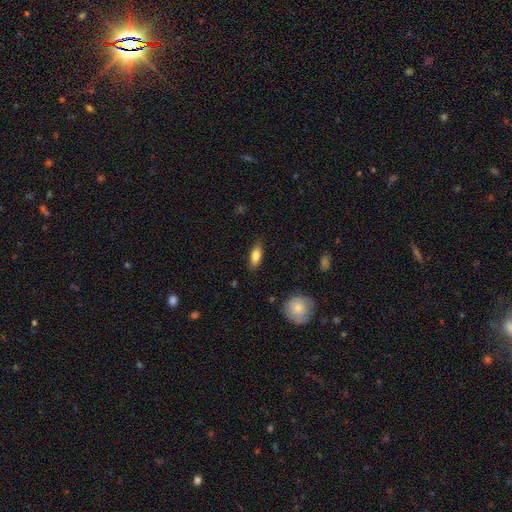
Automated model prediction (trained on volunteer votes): A smooth galaxy with no disk features (80%) that is in between round and cigar-shaped (77%).

Vote fractions:
- Smooth or featured? smooth: 80% / featured or disk: 13% / star or artifact: 7%
- How rounded? in between: 77% / cigar-shaped: 20% / round: 3%
- Merging? none: 84% / minor disturbance: 12% / major disturbance: 3% / merger: 1%